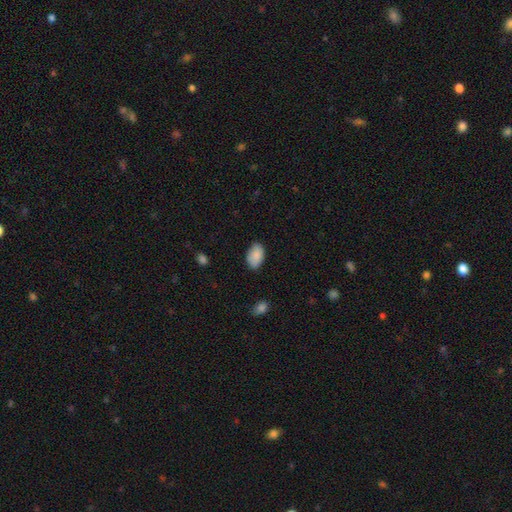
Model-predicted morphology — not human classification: A smooth galaxy with no disk features (88%) that is in between round and cigar-shaped (92%).

Vote fractions:
- Smooth or featured? smooth: 88% / star or artifact: 7% / featured or disk: 5%
- How rounded? in between: 92% / round: 7% / cigar-shaped: 1%
- Merging? none: 79% / minor disturbance: 17% / major disturbance: 3% / merger: 1%